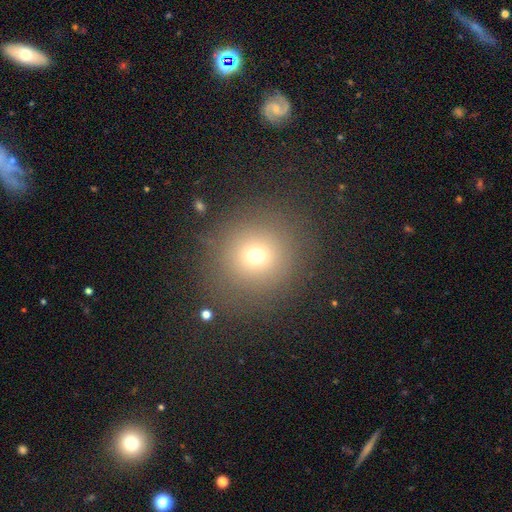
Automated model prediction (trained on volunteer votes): Q: Smooth or featured?
A: smooth (69%); runner-up: star or artifact (20%)
Q: How rounded?
A: round (92%); runner-up: in between (7%)
Q: Merging?
A: none (85%); runner-up: minor disturbance (8%)